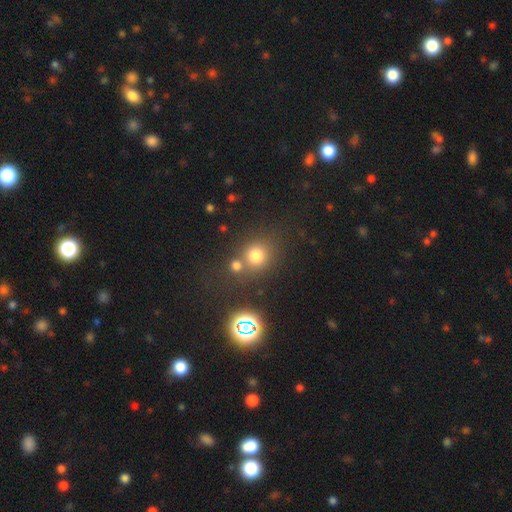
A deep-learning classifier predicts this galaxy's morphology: This is likely a smooth galaxy (73%). How rounded: clearly round (84%). Merging: likely none (60%).